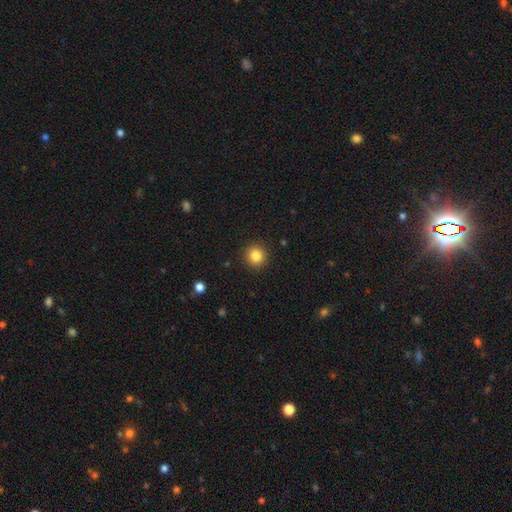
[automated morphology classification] smooth 84%, star or artifact 11%, featured or disk 5%. Down the decision tree: how rounded — round (94%); merging — none (91%).